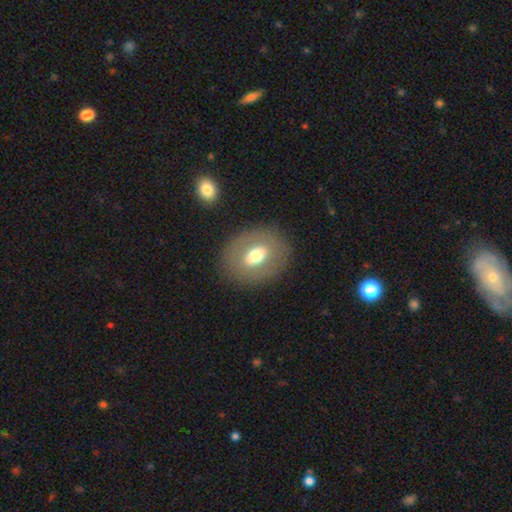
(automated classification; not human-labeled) A smooth galaxy with no disk features (57%) that is in between round and cigar-shaped (61%).

Vote fractions:
- Smooth or featured? smooth: 57% / featured or disk: 34% / star or artifact: 9%
- How rounded? in between: 61% / round: 38% / cigar-shaped: 1%
- Merging? none: 84% / minor disturbance: 9% / major disturbance: 5% / merger: 1%